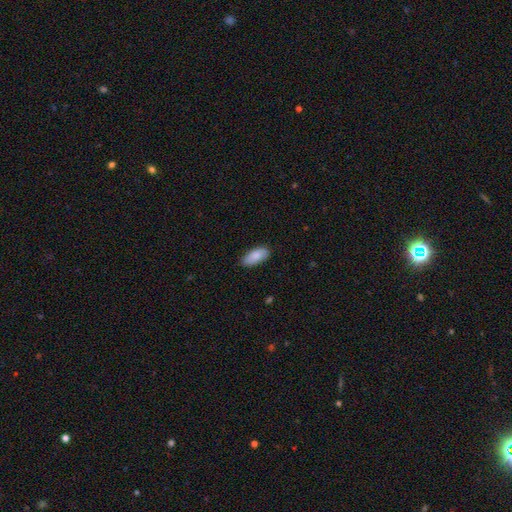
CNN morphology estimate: Smooth or featured? smooth (87%)
How rounded? in between (88%)
Merging? none (86%)